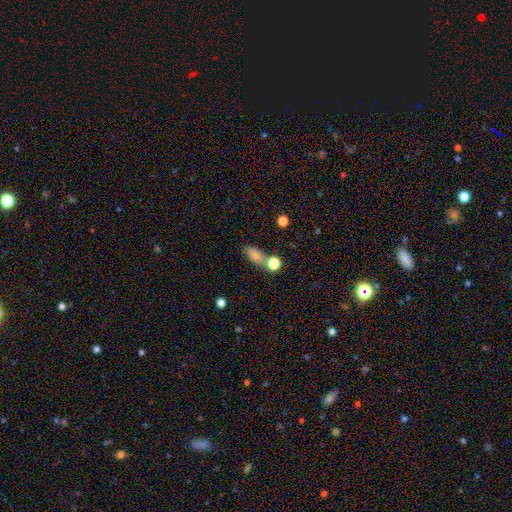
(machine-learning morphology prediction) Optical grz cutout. It shows a smooth galaxy with no disk features (78%) that is in between round and cigar-shaped (75%). Merging: none (51%).